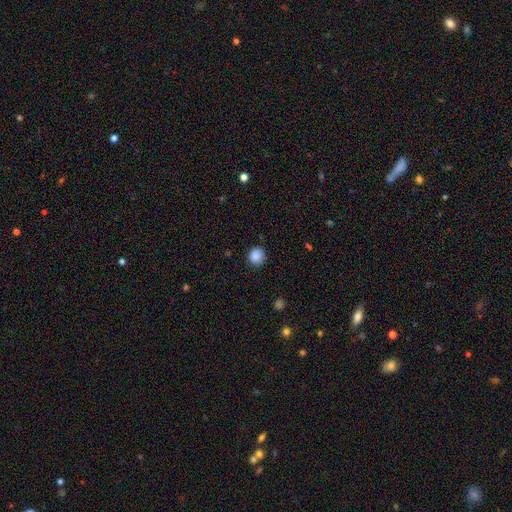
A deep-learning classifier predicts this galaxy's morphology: A smooth galaxy with no disk features (87%) that is round (92%).

Vote fractions:
- Smooth or featured? smooth: 87% / star or artifact: 10% / featured or disk: 3%
- How rounded? round: 92% / in between: 7% / cigar-shaped: 1%
- Merging? none: 86% / minor disturbance: 10% / major disturbance: 3% / merger: 1%